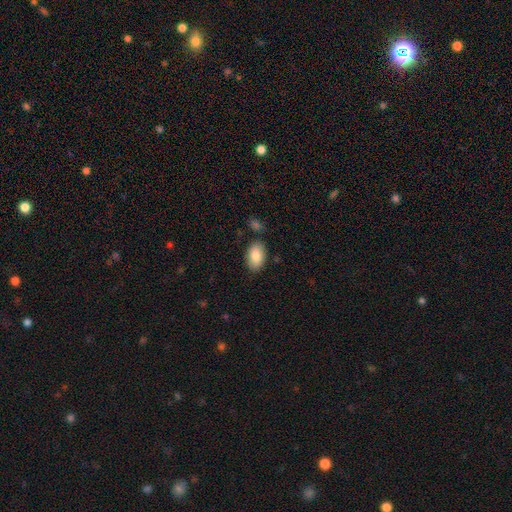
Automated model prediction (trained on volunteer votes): The model was most divided on "merging": none: 82%, minor disturbance: 11%, merger: 3%, major disturbance: 3%. More confident: how rounded — in between (93%); smooth or featured — smooth (86%).